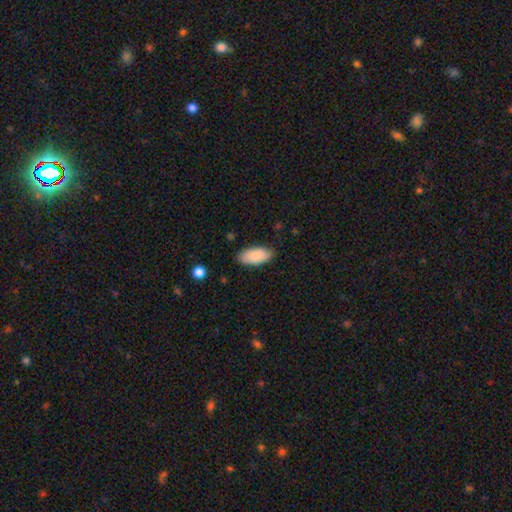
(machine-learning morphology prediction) A smooth galaxy with no disk features (89%) that is in between round and cigar-shaped (92%). Merging: none (84%).